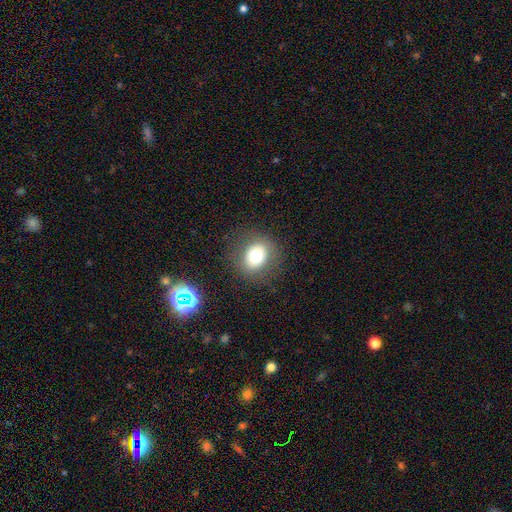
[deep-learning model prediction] Smooth or featured?
  - smooth: 72% *
  - featured or disk: 16%
  - star or artifact: 13%
How rounded?
  - round: 68% *
  - in between: 31%
  - cigar-shaped: 1%
Merging?
  - none: 84% *
  - minor disturbance: 10%
  - major disturbance: 5%
  - merger: 1%